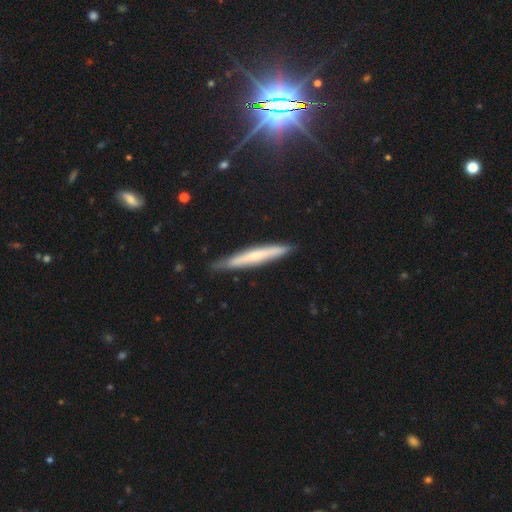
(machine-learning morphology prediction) This is possibly a smooth galaxy (49%). Merging: clearly none (84%).